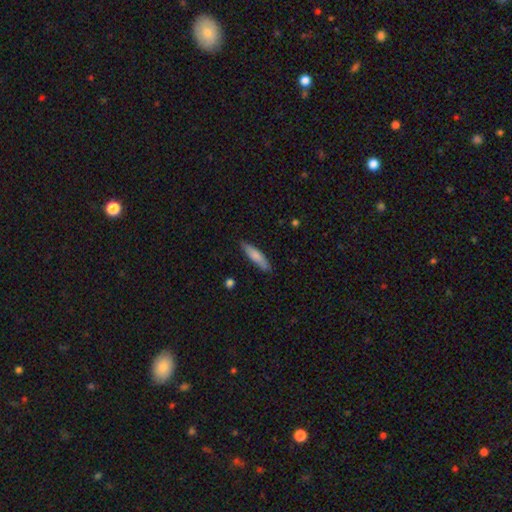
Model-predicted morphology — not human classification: Q: Smooth or featured?
A: smooth (76%); runner-up: featured or disk (18%)
Q: How rounded?
A: cigar-shaped (78%); runner-up: in between (21%)
Q: Merging?
A: none (83%); runner-up: minor disturbance (13%)